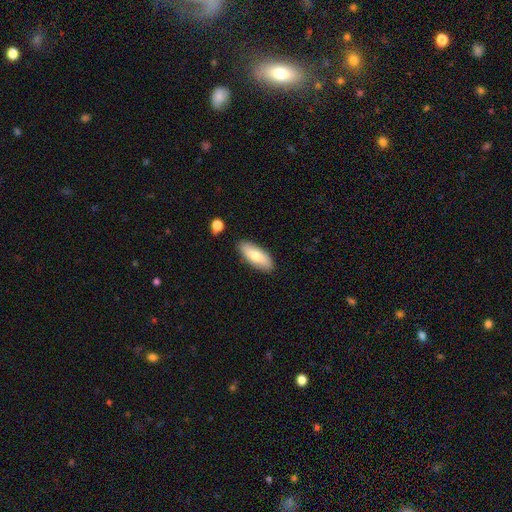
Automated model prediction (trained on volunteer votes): Morphology: type=smooth (74%); roundness=in between (78%); merging=none (86%).